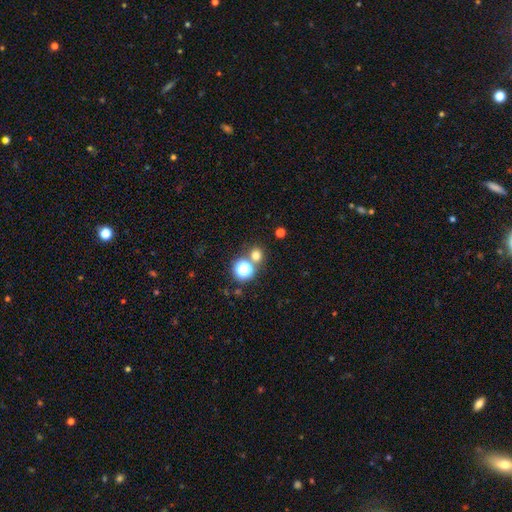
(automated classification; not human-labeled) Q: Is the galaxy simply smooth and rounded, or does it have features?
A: smooth — 69%.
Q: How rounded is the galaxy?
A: round — 87%.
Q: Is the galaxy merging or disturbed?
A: none — 74%.